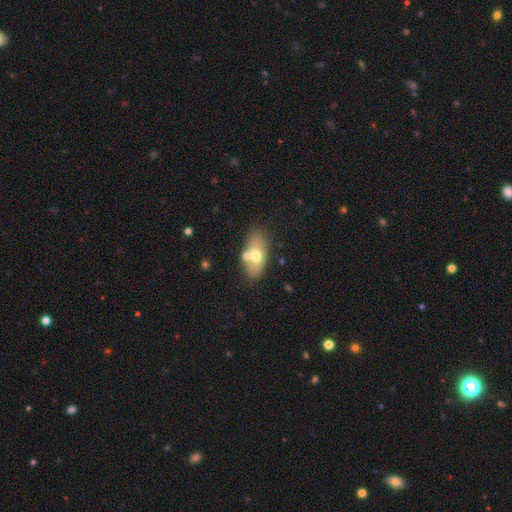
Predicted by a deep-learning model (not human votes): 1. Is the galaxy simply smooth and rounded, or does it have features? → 60% smooth, 33% featured or disk, 7% star or artifact.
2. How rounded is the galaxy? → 88% in between, 7% round, 5% cigar-shaped.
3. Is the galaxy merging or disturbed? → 58% none, 23% merger, 14% minor disturbance, 5% major disturbance.